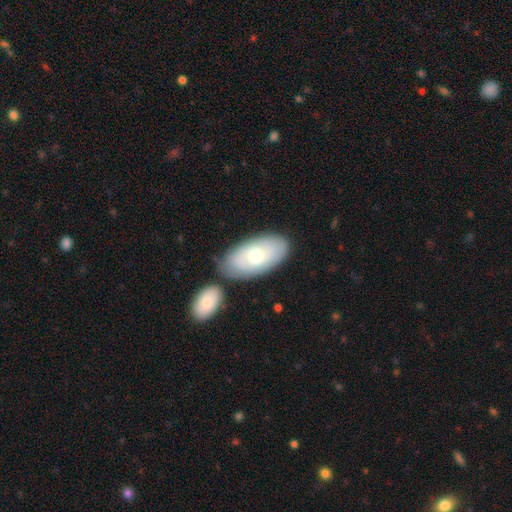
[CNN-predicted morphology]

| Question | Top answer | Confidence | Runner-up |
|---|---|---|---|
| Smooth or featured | smooth | 66% | featured or disk (28%) |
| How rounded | in between | 94% | round (3%) |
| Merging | none | 68% | merger (16%) |